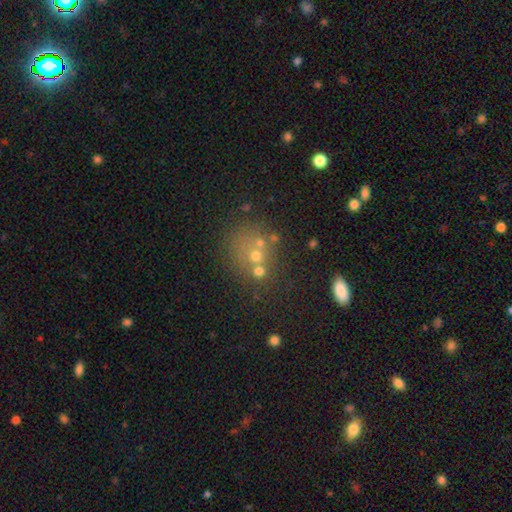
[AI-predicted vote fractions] smooth_or_featured: smooth (p=0.50) [alt: featured or disk p=0.25]
merging: none (p=0.43) [alt: merger p=0.40]